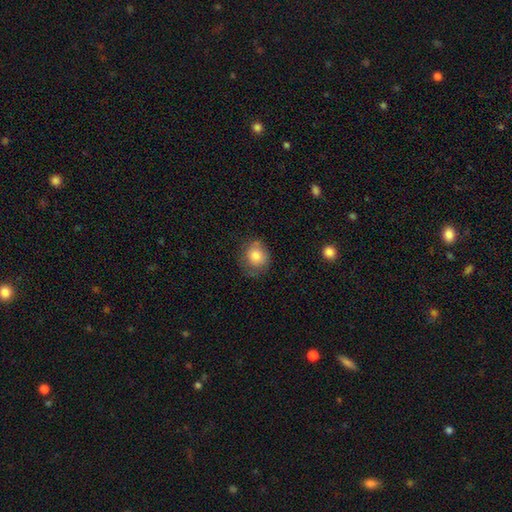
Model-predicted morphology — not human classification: Smooth or featured?
  - smooth: 81% *
  - featured or disk: 11%
  - star or artifact: 9%
How rounded?
  - round: 75% *
  - in between: 24%
  - cigar-shaped: 1%
Merging?
  - none: 63% *
  - minor disturbance: 26%
  - major disturbance: 9%
  - merger: 2%